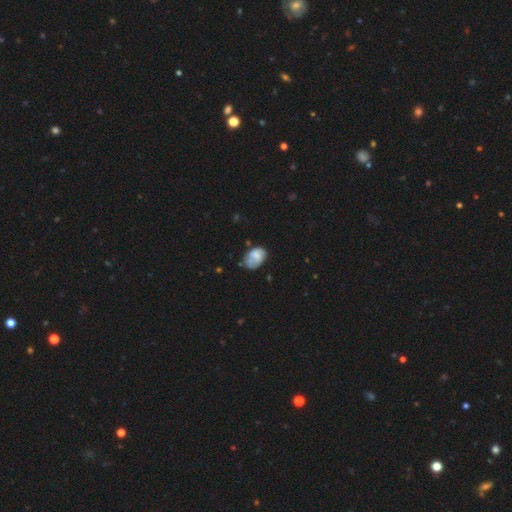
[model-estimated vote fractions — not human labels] A smooth galaxy with no disk features (60%) that is in between round and cigar-shaped (77%). Merging: none (47%).